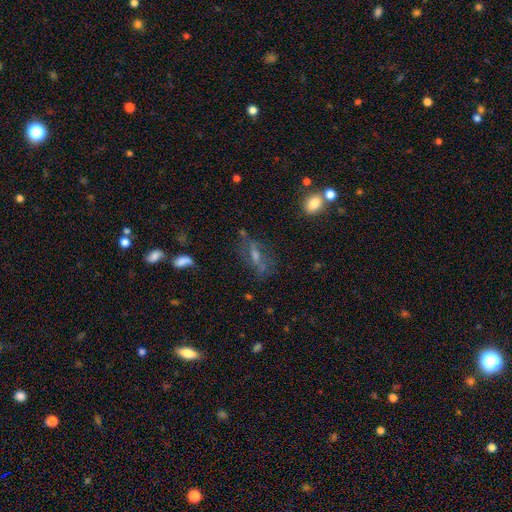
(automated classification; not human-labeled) The model was most divided on "smooth or featured": featured or disk: 49%, smooth: 31%, star or artifact: 20%. More confident: merging — none (65%).